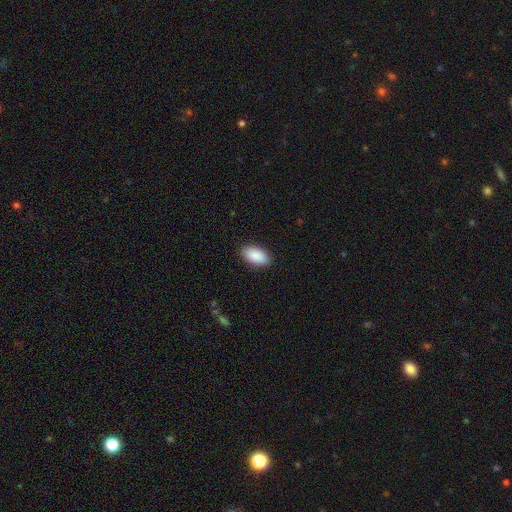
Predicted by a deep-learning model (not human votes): A smooth galaxy with no disk features (90%) that is in between round and cigar-shaped (95%). Merging: none (89%).